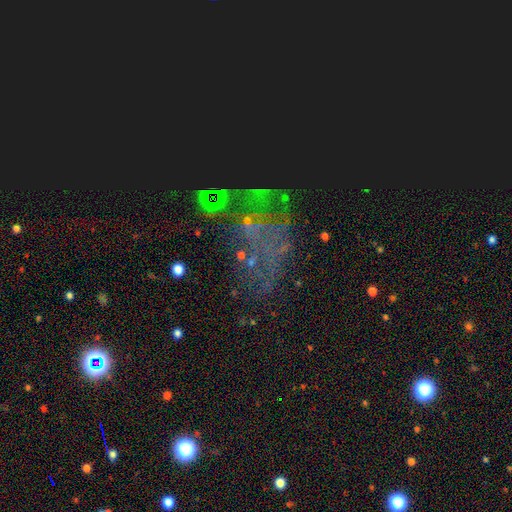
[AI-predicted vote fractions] Smooth or featured? star or artifact (52%)